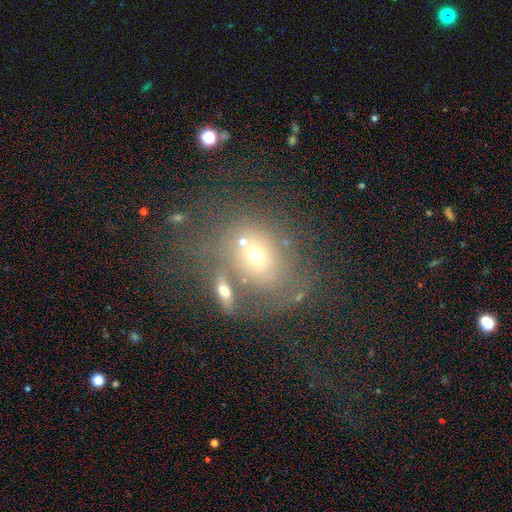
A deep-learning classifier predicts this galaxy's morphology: The model was most divided on "merging": none: 42%, merger: 27%, major disturbance: 15%, minor disturbance: 15%. More confident: how rounded — round (61%); smooth or featured — smooth (54%).